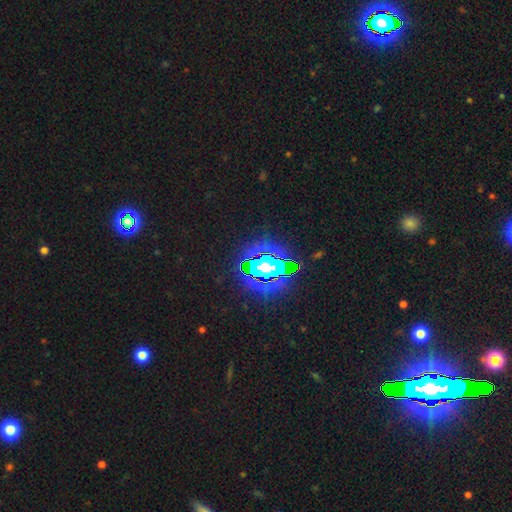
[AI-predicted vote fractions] Smooth or featured?
  - star or artifact: 77% *
  - smooth: 12%
  - featured or disk: 11%